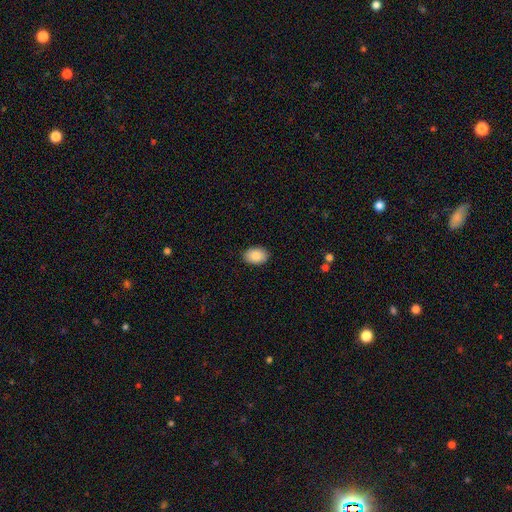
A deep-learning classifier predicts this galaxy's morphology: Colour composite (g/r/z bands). It shows a smooth galaxy with no disk features (88%) that is in between round and cigar-shaped (81%). Merging: none (89%).